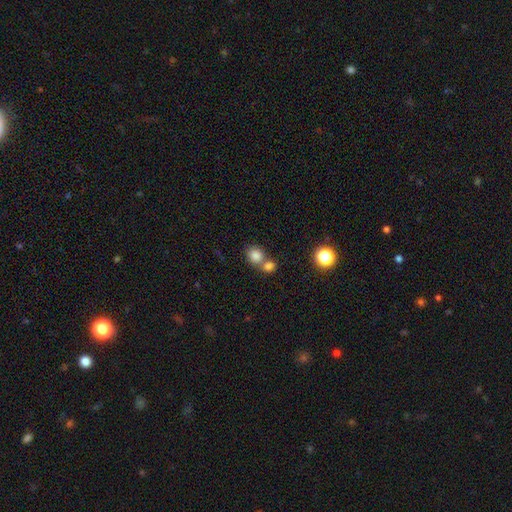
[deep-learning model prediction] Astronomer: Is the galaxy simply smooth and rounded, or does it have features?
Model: smooth — 82%.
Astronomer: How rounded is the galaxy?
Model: round — 75%.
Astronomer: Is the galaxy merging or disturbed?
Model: merger — 47% (runner-up: none, 43%).